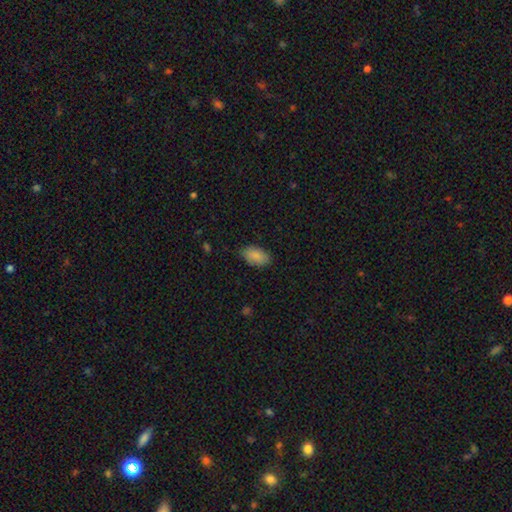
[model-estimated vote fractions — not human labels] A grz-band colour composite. It shows a smooth galaxy with no disk features (88%) that is in between round and cigar-shaped (93%). Merging: none (83%).